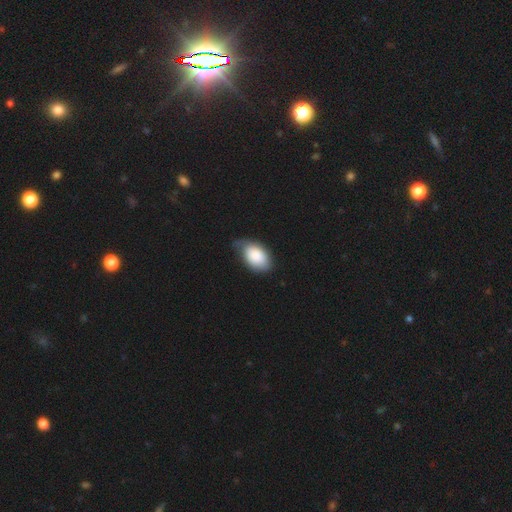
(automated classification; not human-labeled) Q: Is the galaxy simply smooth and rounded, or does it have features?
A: smooth — 84%.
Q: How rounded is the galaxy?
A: in between — 91%.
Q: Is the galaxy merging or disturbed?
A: none — 50%.